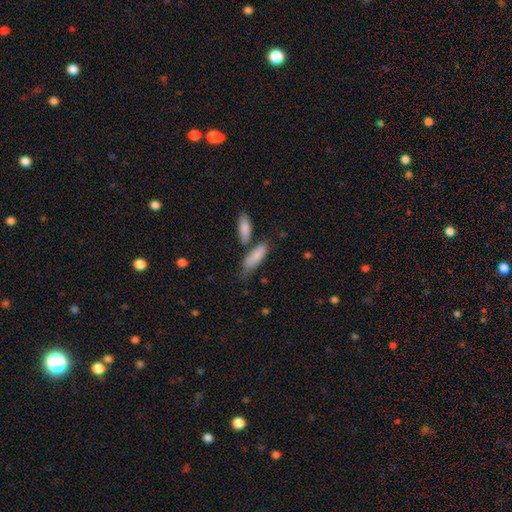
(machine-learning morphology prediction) smooth 84%, featured or disk 10%, star or artifact 6%. Down the decision tree: how rounded — in between (63%); merging — none (52%).